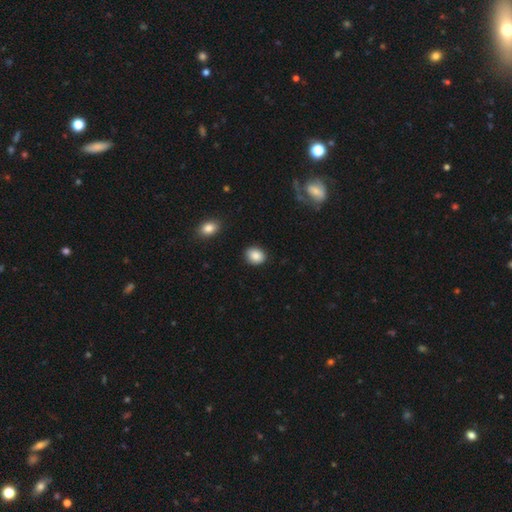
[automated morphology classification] smooth 88%, star or artifact 8%, featured or disk 4%. Down the decision tree: how rounded — round (59%); merging — none (88%).